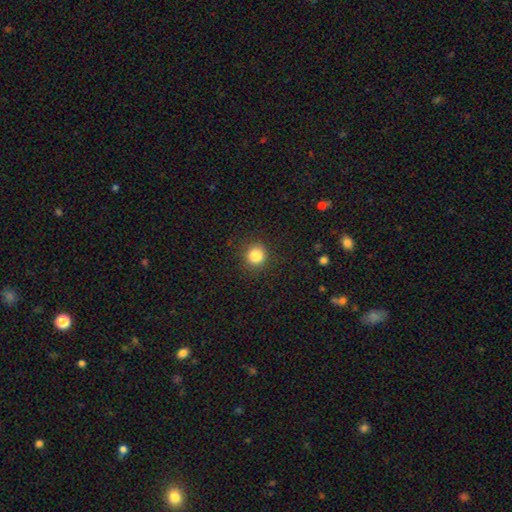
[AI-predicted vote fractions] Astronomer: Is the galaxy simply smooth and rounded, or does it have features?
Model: smooth — 85%.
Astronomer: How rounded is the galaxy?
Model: round — 90%.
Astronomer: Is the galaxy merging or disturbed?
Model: none — 89%.